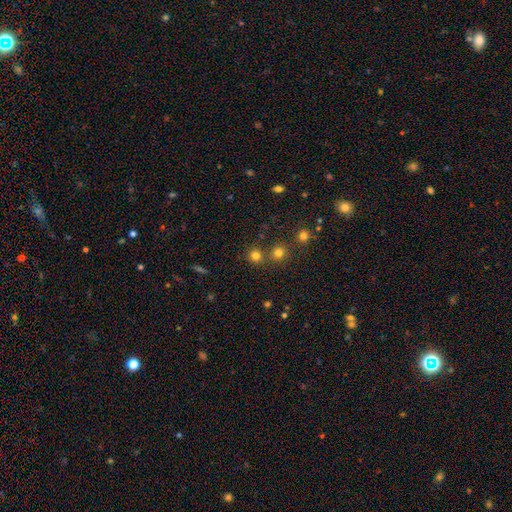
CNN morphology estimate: type=smooth (76%); roundness=round (91%); merging=none (72%).